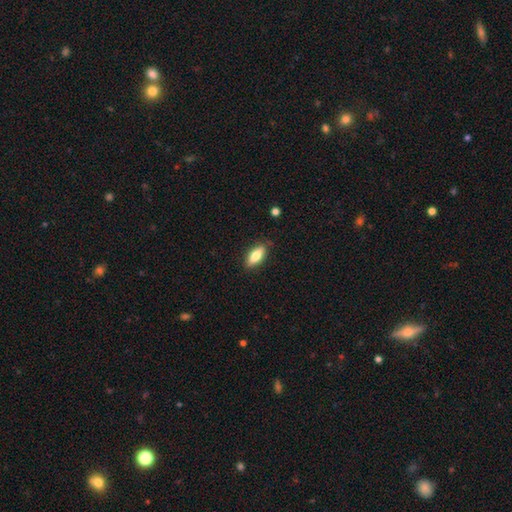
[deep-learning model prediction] Overall: smooth (71%). How rounded: in between (74%). Merging: none (84%).